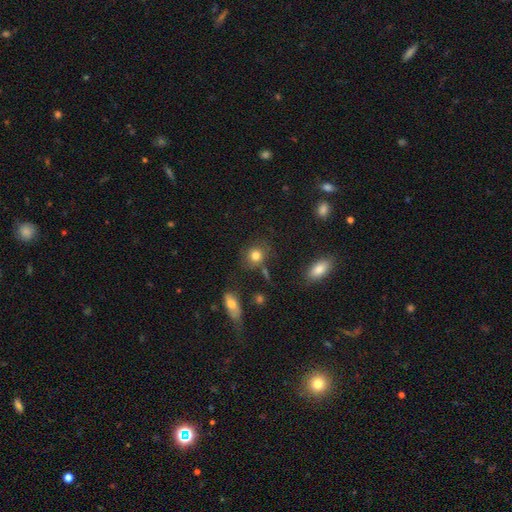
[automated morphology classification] Q: Smooth or featured?
A: smooth (81%); runner-up: star or artifact (11%)
Q: How rounded?
A: round (77%); runner-up: in between (21%)
Q: Merging?
A: none (72%); runner-up: minor disturbance (15%)